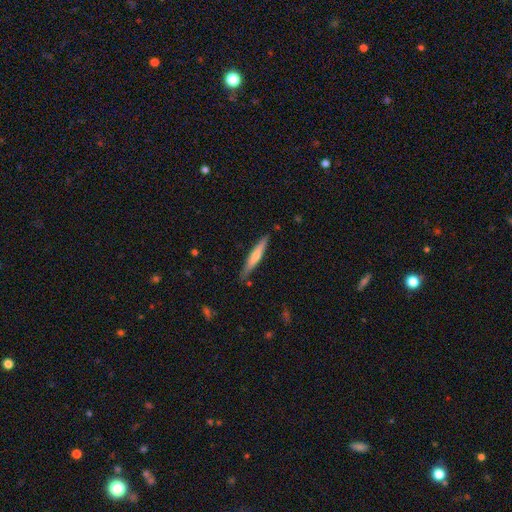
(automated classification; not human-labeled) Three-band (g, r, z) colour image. It shows a smooth galaxy with no disk features (57%) that is cigar-shaped (93%). Merging: none (85%).